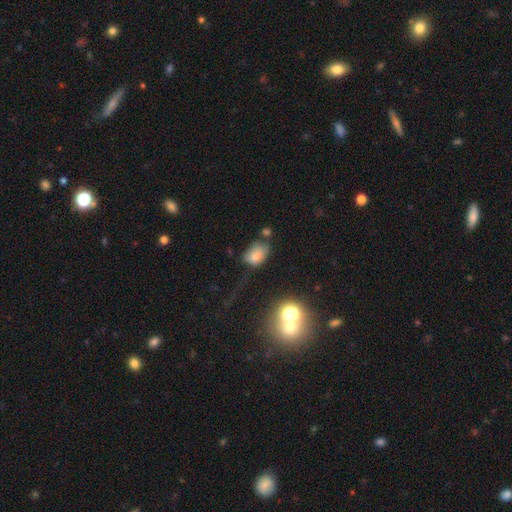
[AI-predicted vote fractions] smooth 75%, star or artifact 14%, featured or disk 11%. Down the decision tree: how rounded — in between (80%); merging — none (46%).